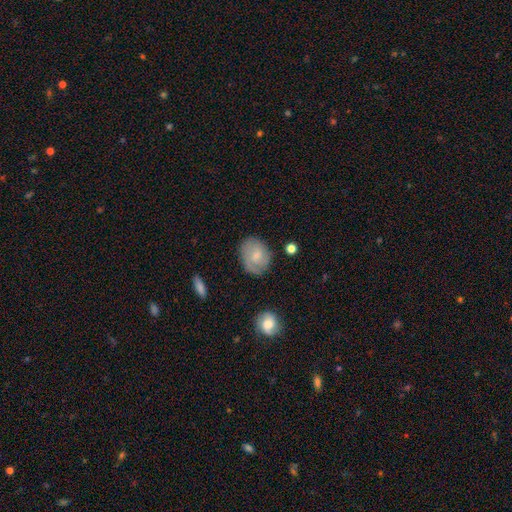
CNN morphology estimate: This is likely a smooth galaxy (63%). How rounded: possibly in between (55%). Merging: likely none (71%).